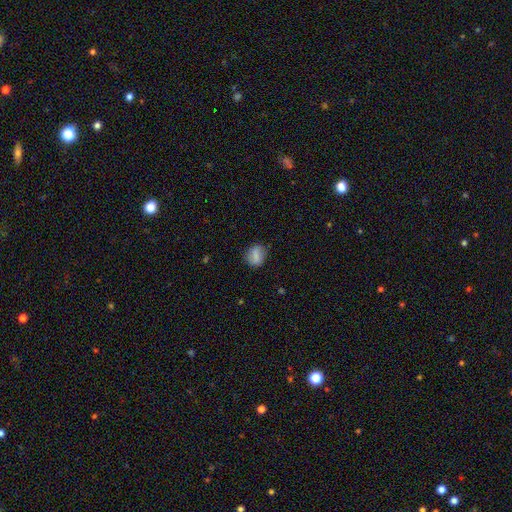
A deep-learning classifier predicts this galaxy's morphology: Smooth or featured: smooth — 70% (featured or disk — 21%)
How rounded: round — 54% (in between — 43%)
Merging: none — 78% (minor disturbance — 16%)